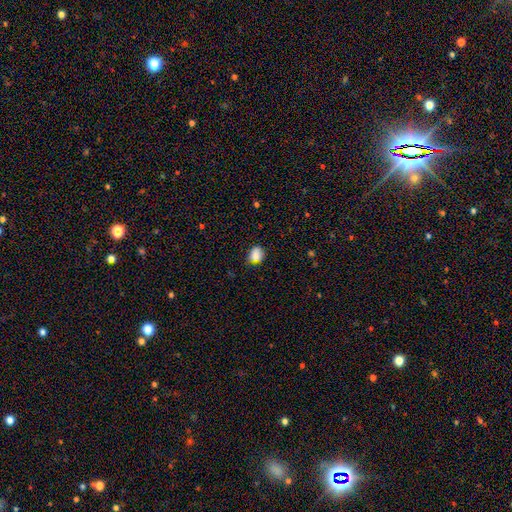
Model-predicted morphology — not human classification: Overall: smooth (82%). How rounded: round (54%; in between 45%). Merging: none (68%).